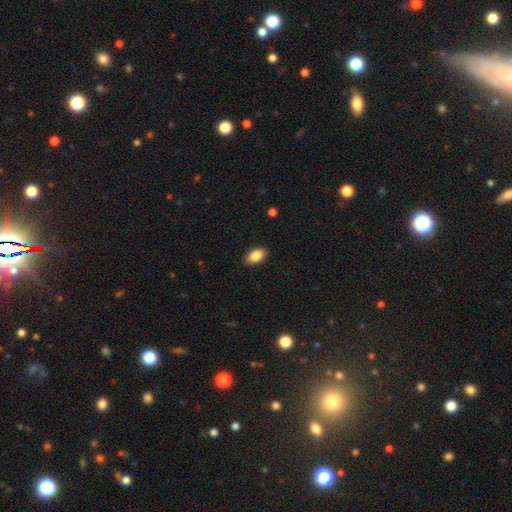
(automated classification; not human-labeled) The model was most divided on "smooth or featured": smooth: 87%, star or artifact: 7%, featured or disk: 6%. More confident: how rounded — in between (92%); merging — none (89%).